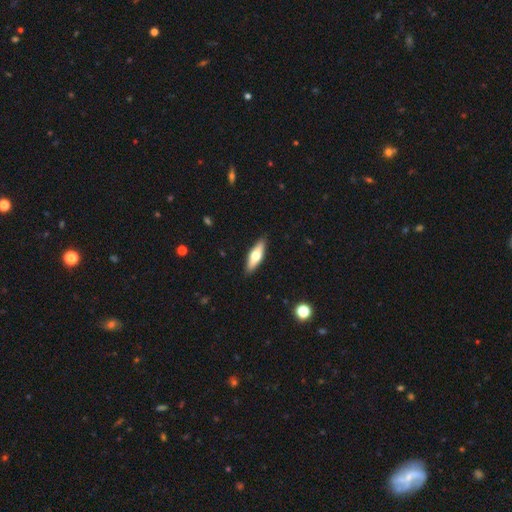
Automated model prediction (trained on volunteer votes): Smooth or featured? Predicted: smooth (p=0.54). How rounded? Predicted: cigar-shaped (p=0.50). Merging? Predicted: none (p=0.90).